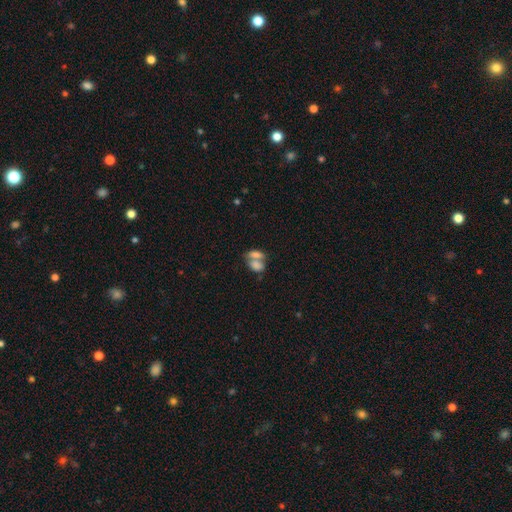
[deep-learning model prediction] Smooth or featured?
  - smooth: 76% *
  - featured or disk: 15%
  - star or artifact: 9%
How rounded?
  - in between: 85% *
  - round: 11%
  - cigar-shaped: 4%
Merging?
  - merger: 66% *
  - none: 22%
  - minor disturbance: 7%
  - major disturbance: 5%